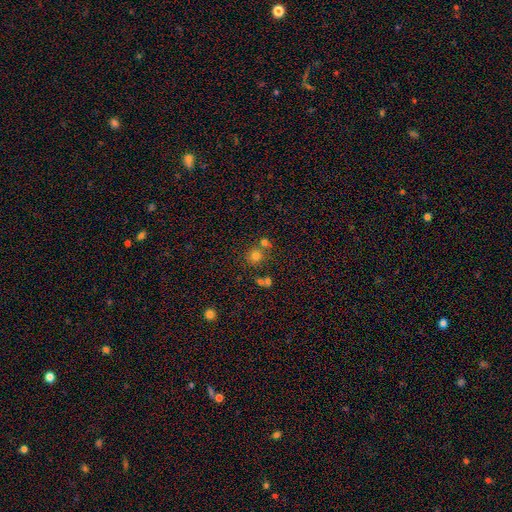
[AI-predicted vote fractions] Overall: smooth (74%). How rounded: round (89%). Merging: none (65%).